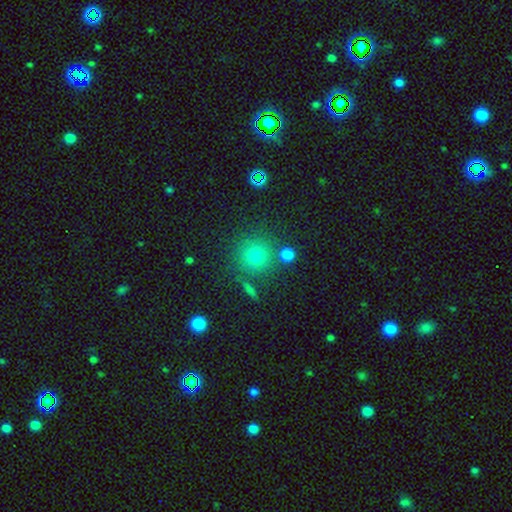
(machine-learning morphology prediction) Q: Smooth or featured?
A: smooth (74%); runner-up: star or artifact (17%)
Q: How rounded?
A: round (92%); runner-up: in between (6%)
Q: Merging?
A: none (77%); runner-up: minor disturbance (9%)